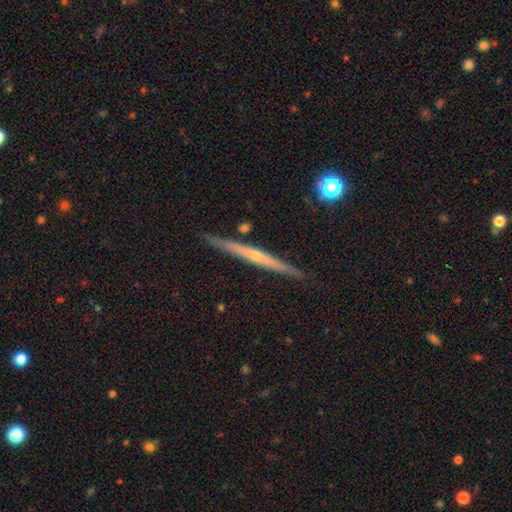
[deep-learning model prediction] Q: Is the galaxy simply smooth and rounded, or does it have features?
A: featured or disk — 66%.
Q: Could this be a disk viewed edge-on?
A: yes — 97%.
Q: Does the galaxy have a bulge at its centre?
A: none — 52%.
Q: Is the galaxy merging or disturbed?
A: none — 89%.